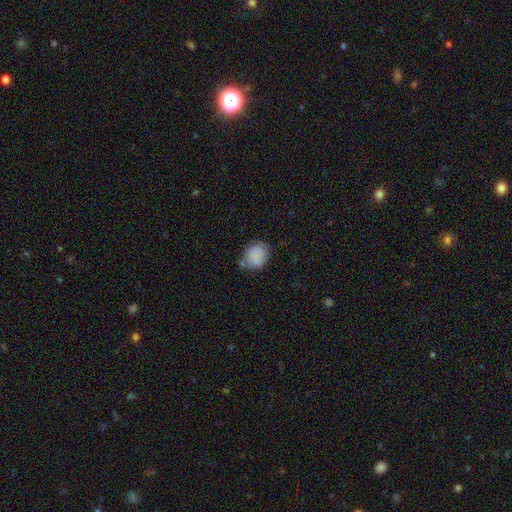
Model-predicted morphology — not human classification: This appears to be a smooth galaxy with no disk features (86%) that is round (65%). Merging: none (61%).